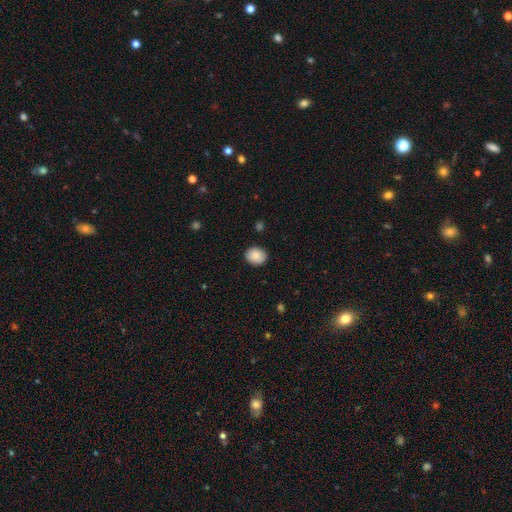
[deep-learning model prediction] This is clearly a smooth galaxy (86%). How rounded: possibly round (58%). Merging: clearly none (88%).